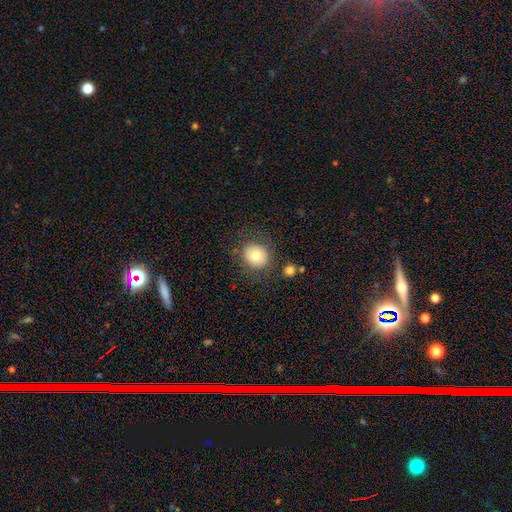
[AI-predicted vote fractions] Smooth or featured: smooth — 72% (featured or disk — 18%)
How rounded: round — 87% (in between — 12%)
Merging: none — 80% (minor disturbance — 11%)